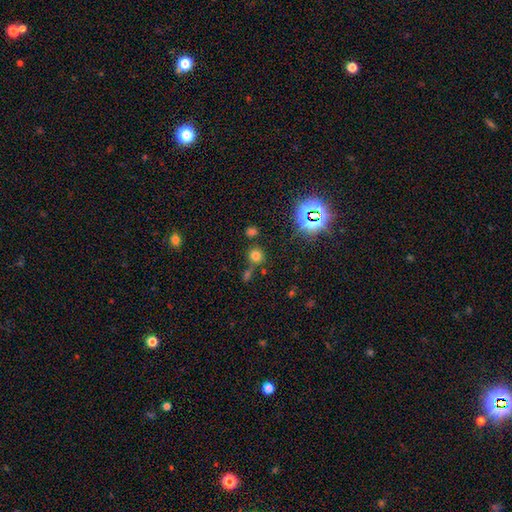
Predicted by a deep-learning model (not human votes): smooth 69%, star or artifact 24%, featured or disk 7%. Down the decision tree: how rounded — round (89%); merging — none (70%).